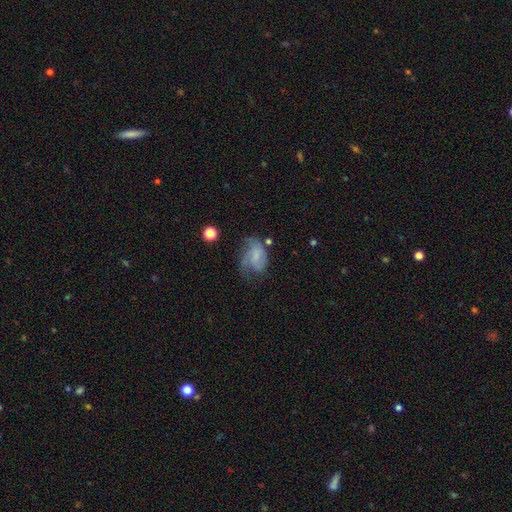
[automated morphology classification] Q: Smooth or featured?
A: featured or disk (50%); runner-up: smooth (40%)
Q: Edge-on disk?
A: no (97%); runner-up: yes (3%)
Q: Merging?
A: none (34%); tied with: major disturbance (34%)